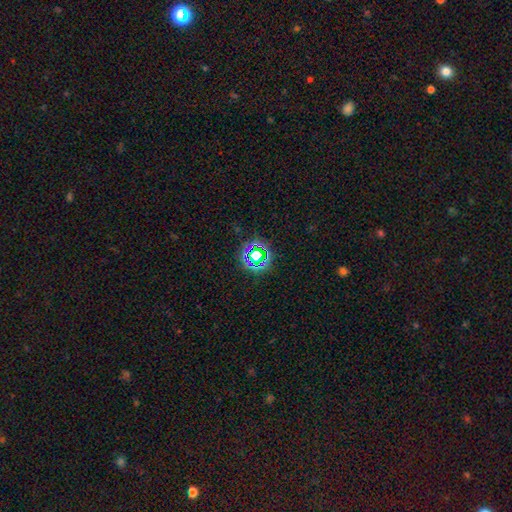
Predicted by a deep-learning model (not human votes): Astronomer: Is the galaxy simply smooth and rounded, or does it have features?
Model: star or artifact — 60%.